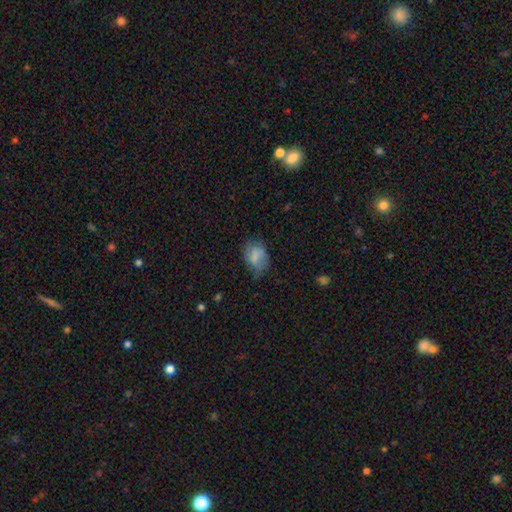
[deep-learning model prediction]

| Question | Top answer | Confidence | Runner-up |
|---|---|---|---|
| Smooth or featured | smooth | 70% | featured or disk (22%) |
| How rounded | in between | 79% | round (19%) |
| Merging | none | 48% | minor disturbance (34%) |